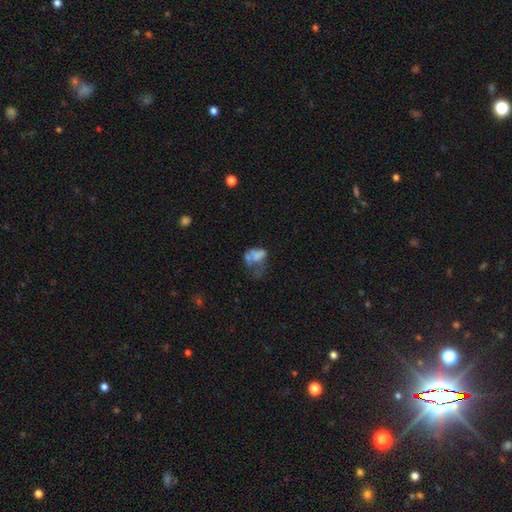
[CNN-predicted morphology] Overall: smooth (51%; featured or disk 36%). How rounded: in between (78%). Merging: major disturbance (38%; merger 28%).